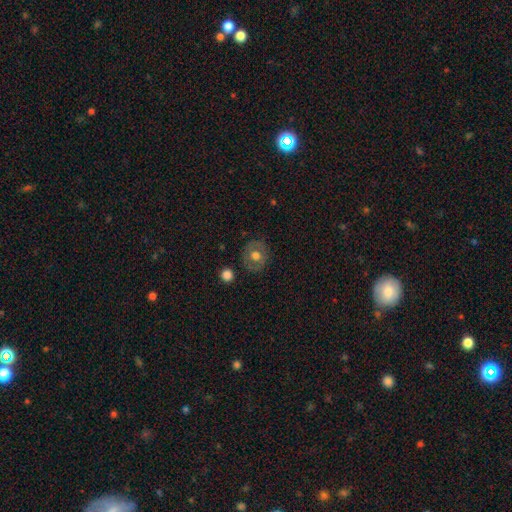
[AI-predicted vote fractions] A smooth galaxy with no disk features (58%) that is round (79%).

Vote fractions:
- Smooth or featured? smooth: 58% / featured or disk: 33% / star or artifact: 8%
- How rounded? round: 79% / in between: 20% / cigar-shaped: 1%
- Merging? none: 83% / minor disturbance: 12% / major disturbance: 4% / merger: 2%